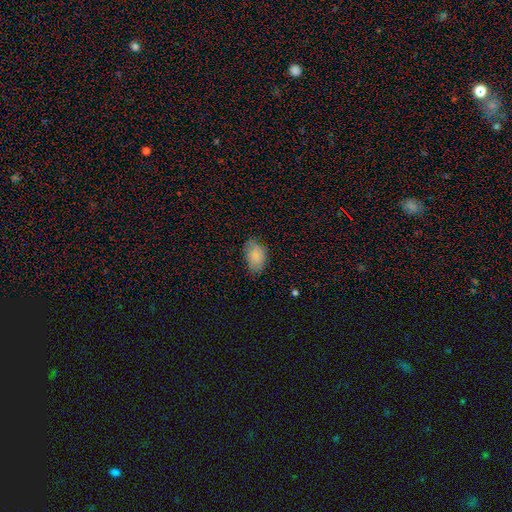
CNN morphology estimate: This is clearly a smooth galaxy (85%). How rounded: clearly in between (90%). Merging: likely none (75%).